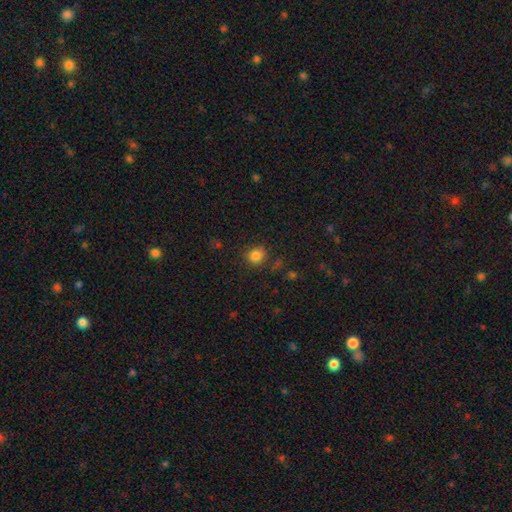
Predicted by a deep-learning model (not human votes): smooth_or_featured: smooth (p=0.83) [alt: star or artifact p=0.12]
how_rounded: round (p=0.73) [alt: in between p=0.26]
merging: none (p=0.79) [alt: minor disturbance p=0.14]